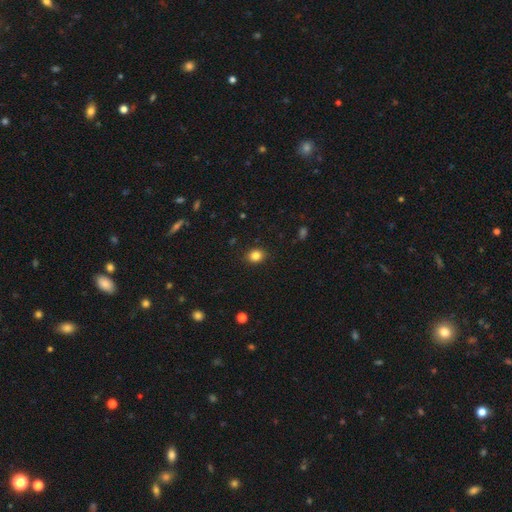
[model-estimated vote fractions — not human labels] The model was most divided on "how rounded": round: 57%, in between: 42%, cigar-shaped: 1%. More confident: merging — none (88%); smooth or featured — smooth (84%).